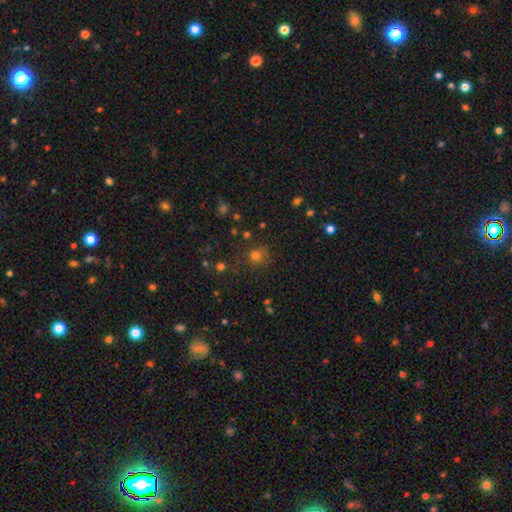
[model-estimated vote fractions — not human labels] Q: Smooth or featured?
A: smooth (71%); runner-up: star or artifact (23%)
Q: How rounded?
A: round (90%); runner-up: in between (9%)
Q: Merging?
A: none (80%); runner-up: minor disturbance (12%)